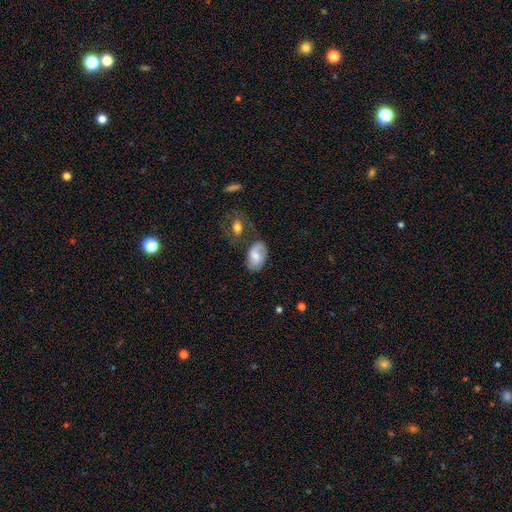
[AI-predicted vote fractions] This appears to be a smooth galaxy with no disk features (67%) that is in between round and cigar-shaped (91%). Merging: none (59%).